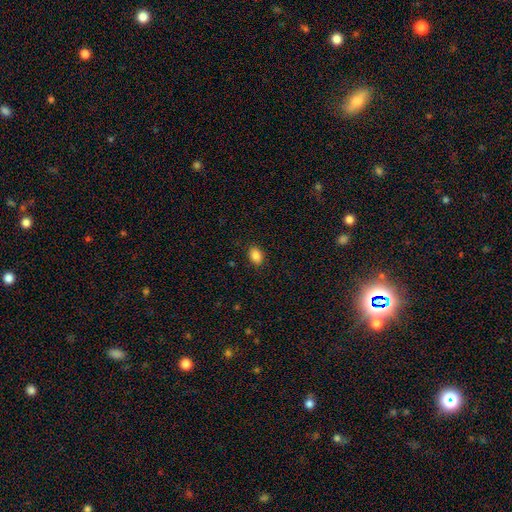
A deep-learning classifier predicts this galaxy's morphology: Q: Smooth or featured?
A: smooth (87%); runner-up: star or artifact (9%)
Q: How rounded?
A: in between (80%); runner-up: round (19%)
Q: Merging?
A: none (88%); runner-up: minor disturbance (9%)